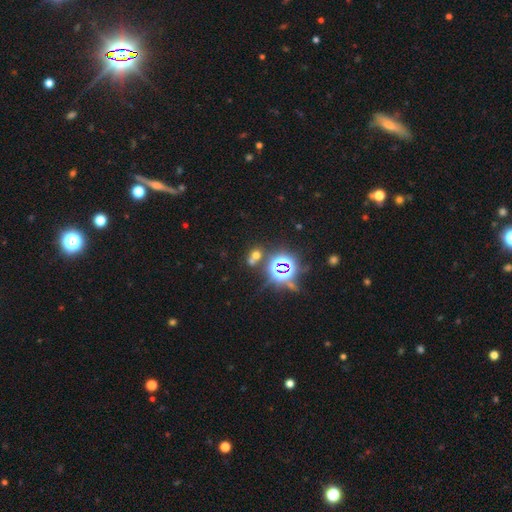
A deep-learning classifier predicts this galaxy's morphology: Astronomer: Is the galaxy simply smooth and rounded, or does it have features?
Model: star or artifact — 46% (runner-up: smooth, 43%).